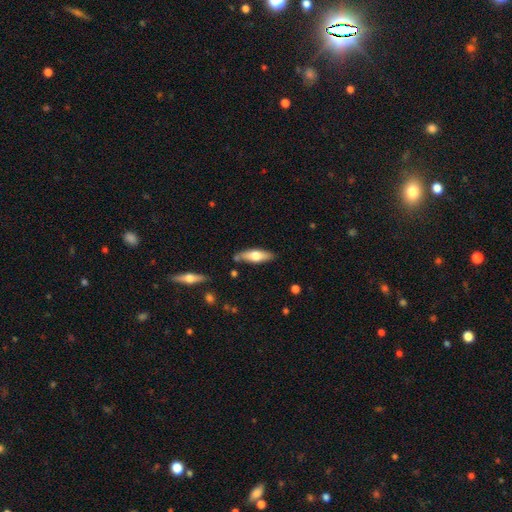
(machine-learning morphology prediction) Smooth or featured? smooth (60%)
How rounded? in between (55%)
Merging? none (78%)